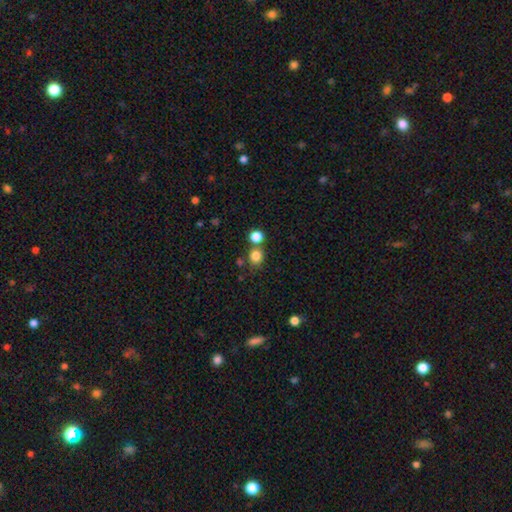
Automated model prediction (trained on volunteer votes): A smooth galaxy with no disk features (81%) that is round (85%).

Vote fractions:
- Smooth or featured? smooth: 81% / star or artifact: 13% / featured or disk: 5%
- How rounded? round: 85% / in between: 14% / cigar-shaped: 1%
- Merging? none: 67% / merger: 20% / minor disturbance: 9% / major disturbance: 4%